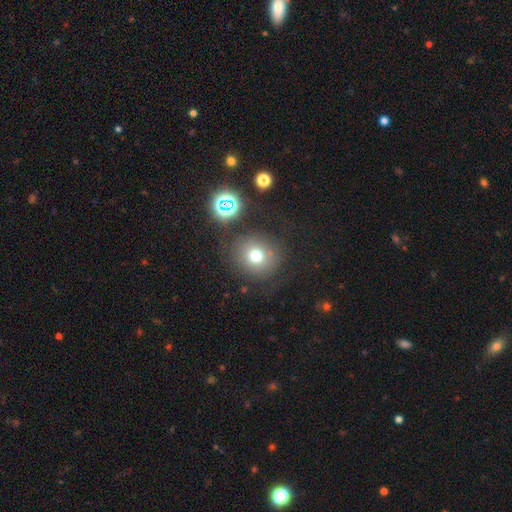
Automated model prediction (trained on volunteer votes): Smooth or featured?
  - smooth: 69% *
  - star or artifact: 19%
  - featured or disk: 11%
How rounded?
  - round: 89% *
  - in between: 10%
  - cigar-shaped: 1%
Merging?
  - none: 79% *
  - minor disturbance: 10%
  - major disturbance: 6%
  - merger: 4%